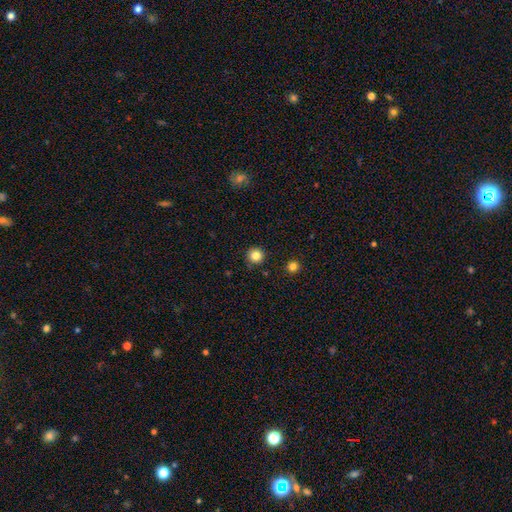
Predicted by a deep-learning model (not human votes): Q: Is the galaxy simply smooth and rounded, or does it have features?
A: smooth — 83%.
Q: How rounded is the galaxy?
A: round — 95%.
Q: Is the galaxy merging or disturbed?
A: none — 91%.